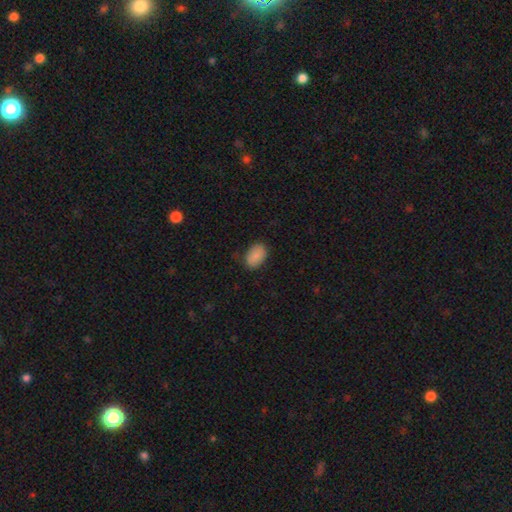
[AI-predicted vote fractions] Smooth or featured? smooth (87%)
How rounded? in between (88%)
Merging? none (81%)